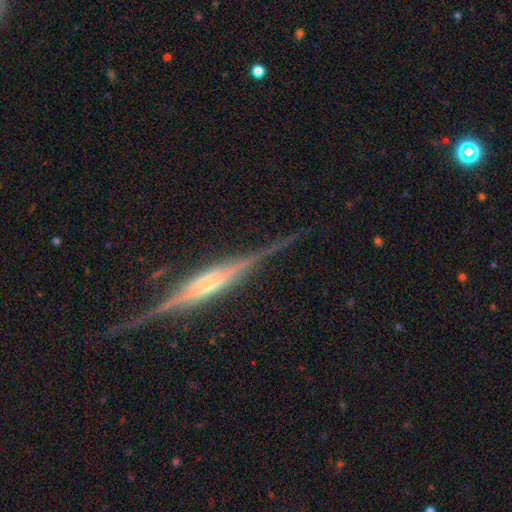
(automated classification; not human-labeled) The model was most divided on "edge-on bulge": rounded: 51%, boxy: 37%, none: 12%. More confident: edge-on disk — yes (97%); smooth or featured — featured or disk (87%); merging — none (82%).